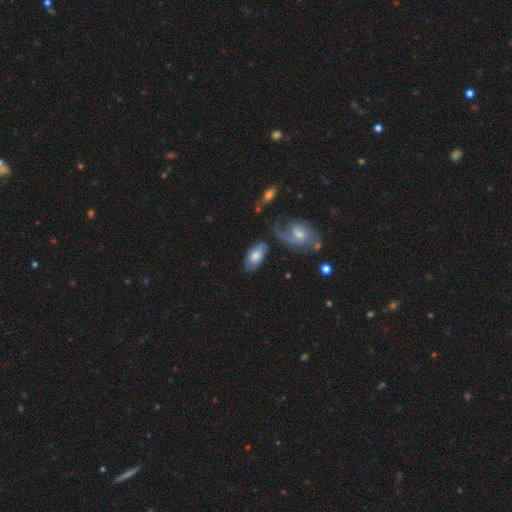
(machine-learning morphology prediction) A smooth galaxy with no disk features (62%) that is in between round and cigar-shaped (92%). Merging: none (62%).